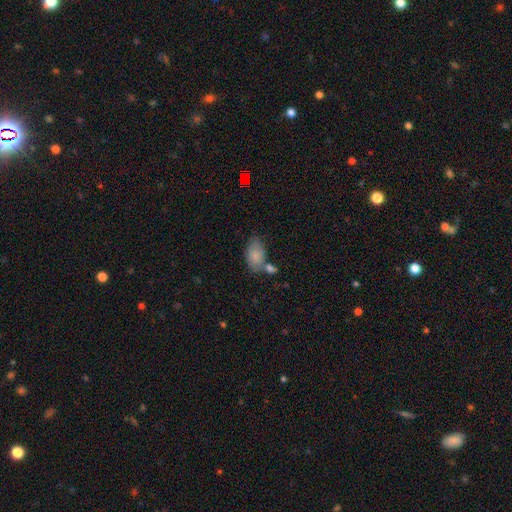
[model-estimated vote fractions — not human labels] This is clearly a smooth galaxy (83%). How rounded: clearly in between (92%). Merging: possibly none (49%).